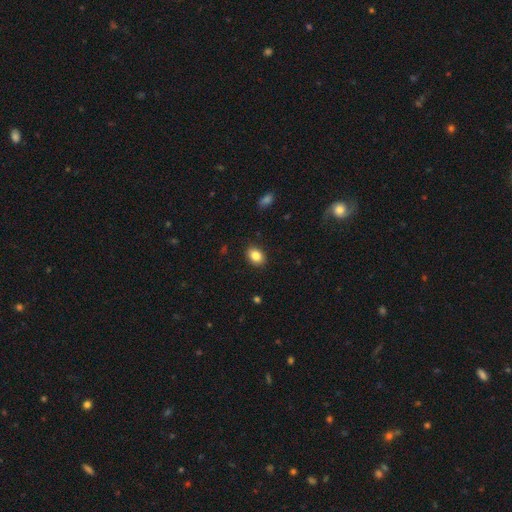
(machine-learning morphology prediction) smooth 85%, star or artifact 9%, featured or disk 6%. Down the decision tree: how rounded — in between (71%); merging — none (89%).